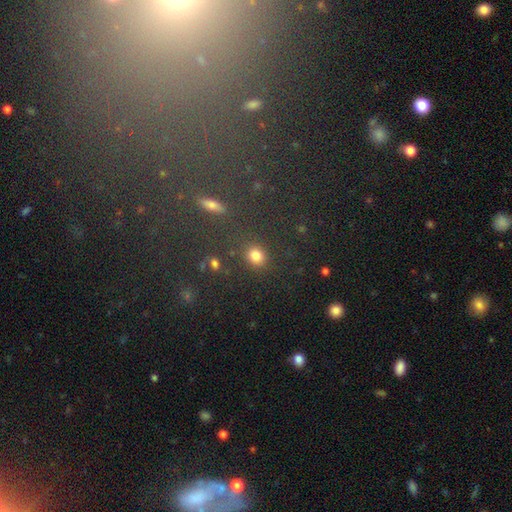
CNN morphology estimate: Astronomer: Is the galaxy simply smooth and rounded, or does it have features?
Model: smooth — 79%.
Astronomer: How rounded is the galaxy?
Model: round — 71%.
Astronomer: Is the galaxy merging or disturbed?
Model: none — 79%.